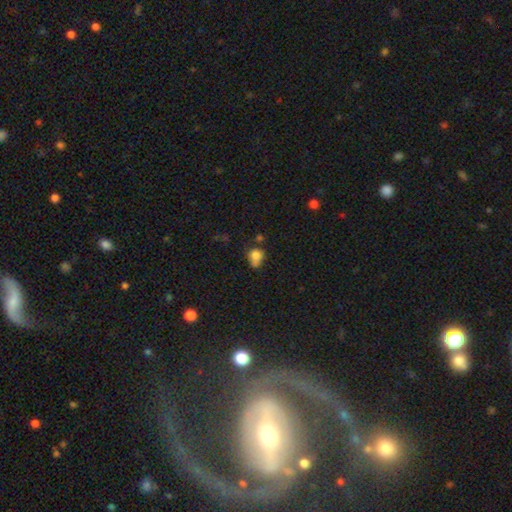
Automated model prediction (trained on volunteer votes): This is likely a smooth galaxy (78%). How rounded: likely round (65%). Merging: marginally none (38%).